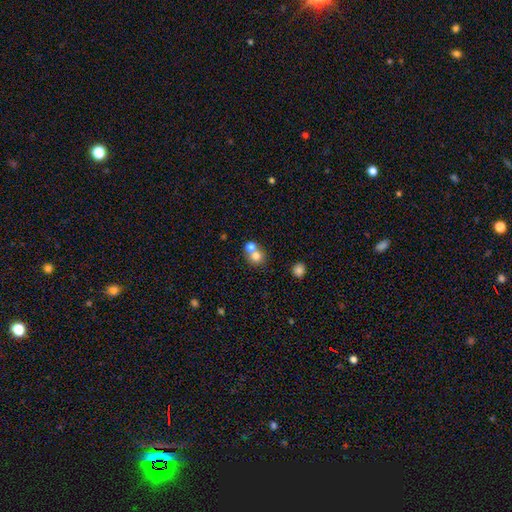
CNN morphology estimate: Q: Smooth or featured?
A: smooth (72%); runner-up: featured or disk (15%)
Q: How rounded?
A: round (83%); runner-up: in between (16%)
Q: Merging?
A: merger (48%); runner-up: none (44%)